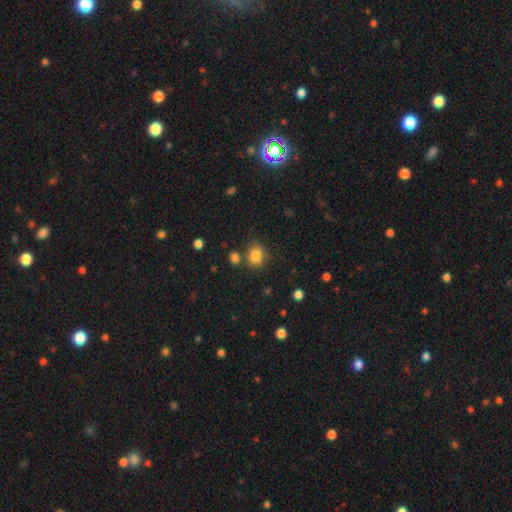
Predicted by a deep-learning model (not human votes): Q: Smooth or featured?
A: smooth (83%); runner-up: star or artifact (11%)
Q: How rounded?
A: round (60%); runner-up: in between (39%)
Q: Merging?
A: none (69%); runner-up: minor disturbance (14%)